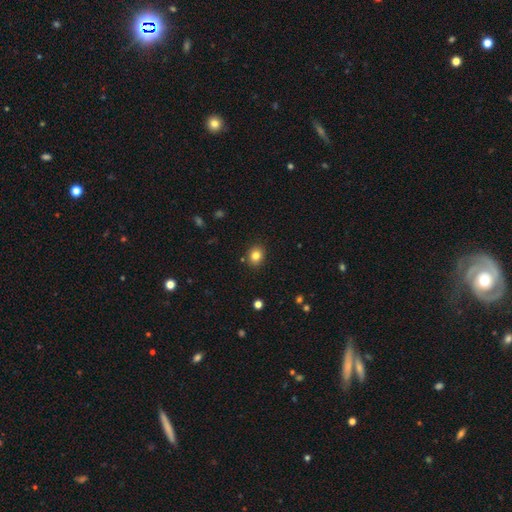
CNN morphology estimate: Smooth or featured?
  - smooth: 82% *
  - star or artifact: 11%
  - featured or disk: 7%
How rounded?
  - round: 66% *
  - in between: 33%
  - cigar-shaped: 1%
Merging?
  - none: 88% *
  - minor disturbance: 8%
  - merger: 2%
  - major disturbance: 2%